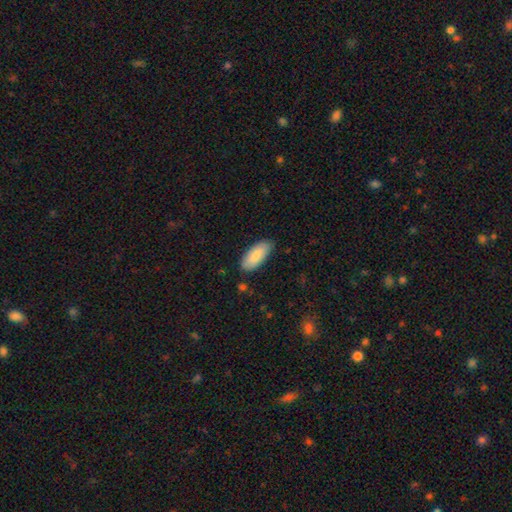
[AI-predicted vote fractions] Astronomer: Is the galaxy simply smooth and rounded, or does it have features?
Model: smooth — 83%.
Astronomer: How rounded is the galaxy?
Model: in between — 87%.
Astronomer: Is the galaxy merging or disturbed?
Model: none — 84%.